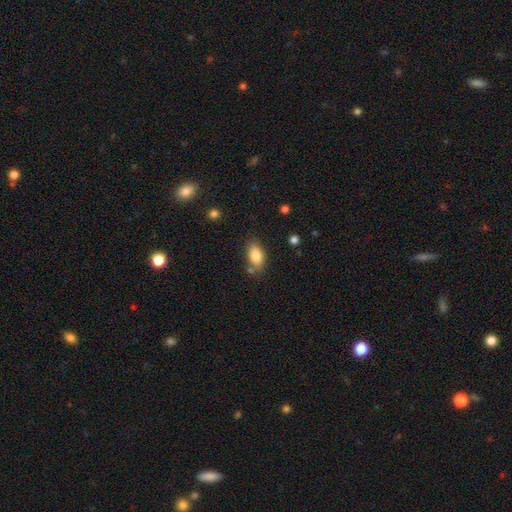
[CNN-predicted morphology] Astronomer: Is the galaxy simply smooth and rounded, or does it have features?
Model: smooth — 84%.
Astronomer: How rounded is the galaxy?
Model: in between — 90%.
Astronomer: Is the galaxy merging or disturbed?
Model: none — 74%.